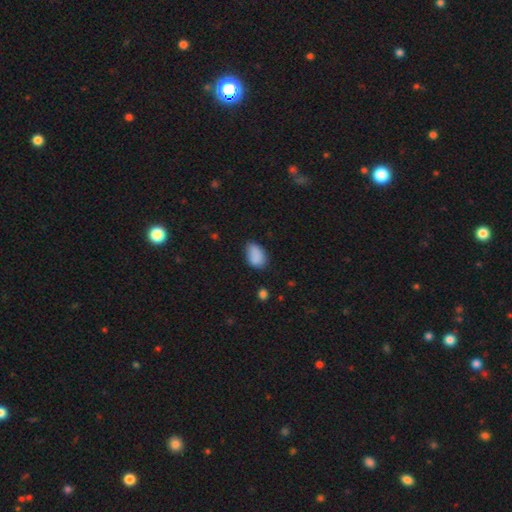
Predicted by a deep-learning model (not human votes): Smooth or featured?
  - smooth: 88% *
  - star or artifact: 8%
  - featured or disk: 4%
How rounded?
  - in between: 90% *
  - round: 9%
  - cigar-shaped: 2%
Merging?
  - none: 70% *
  - minor disturbance: 24%
  - major disturbance: 5%
  - merger: 2%